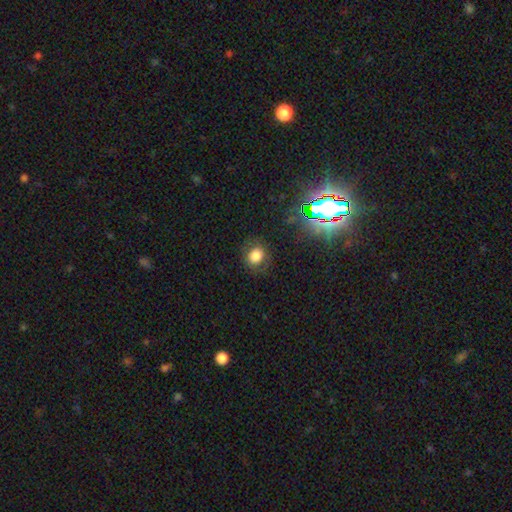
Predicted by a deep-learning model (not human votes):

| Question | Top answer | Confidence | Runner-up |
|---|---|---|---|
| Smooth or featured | smooth | 75% | star or artifact (15%) |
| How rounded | round | 70% | in between (29%) |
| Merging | none | 78% | minor disturbance (14%) |